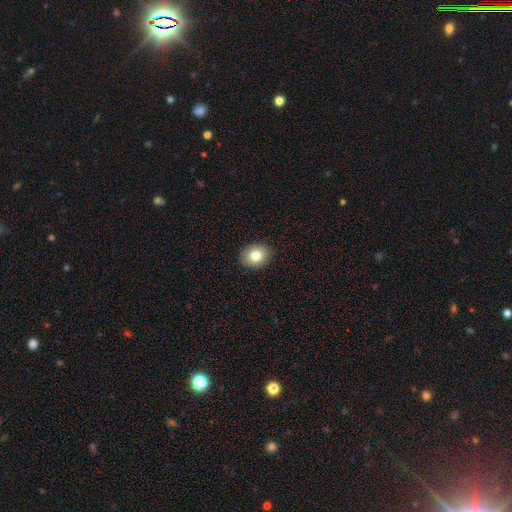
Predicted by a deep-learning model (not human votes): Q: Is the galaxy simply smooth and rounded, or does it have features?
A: smooth — 81%.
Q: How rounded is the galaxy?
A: round — 60%.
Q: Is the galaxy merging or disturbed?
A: none — 91%.